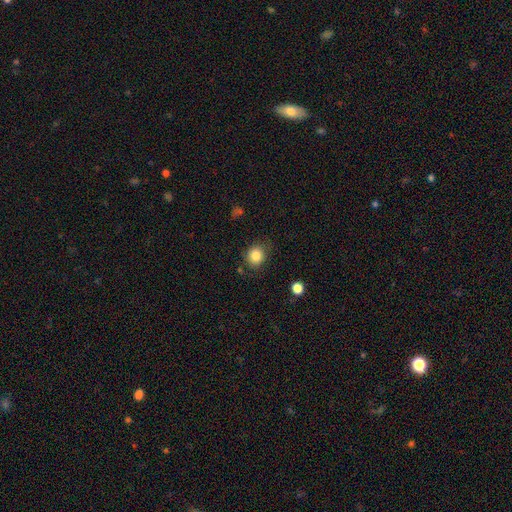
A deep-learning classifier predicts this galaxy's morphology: Overall: smooth (84%). How rounded: round (77%). Merging: none (80%).